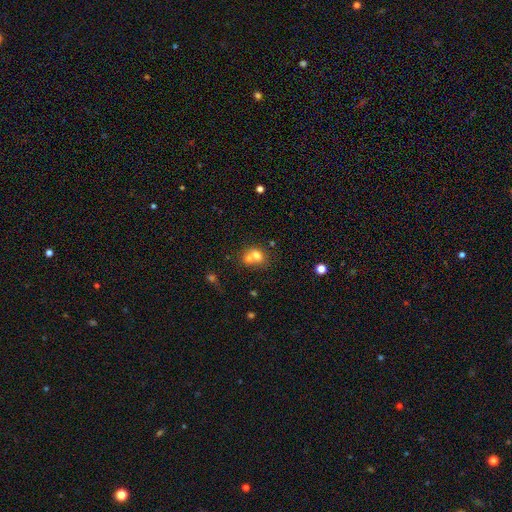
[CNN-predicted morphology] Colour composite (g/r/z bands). It shows a smooth galaxy with no disk features (68%) that is round (64%). Merging: merger (61%).